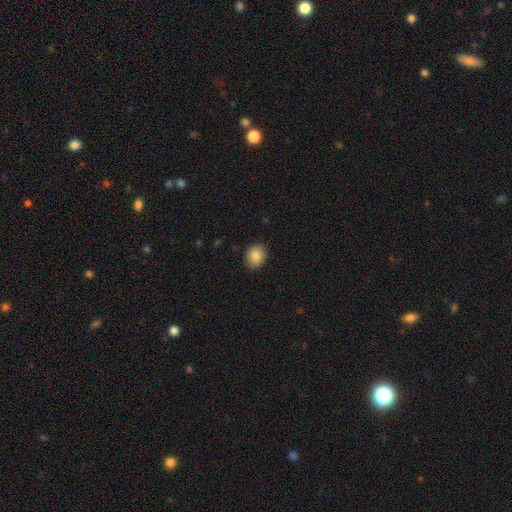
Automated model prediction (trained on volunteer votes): Smooth or featured? smooth (87%)
How rounded? round (53%)
Merging? none (87%)